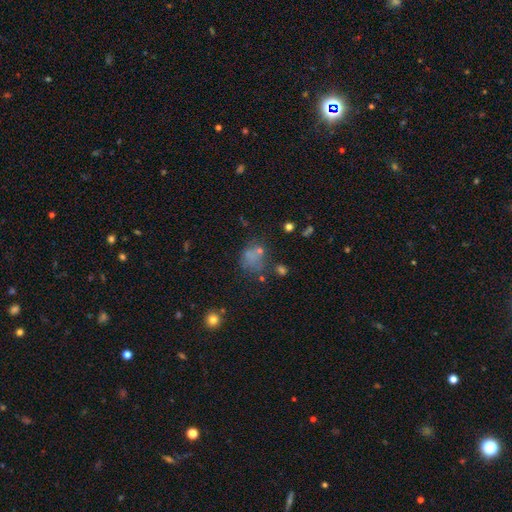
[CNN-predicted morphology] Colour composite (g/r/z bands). It shows a smooth galaxy with no disk features (53%) that is round (59%). Merging: none (48%).